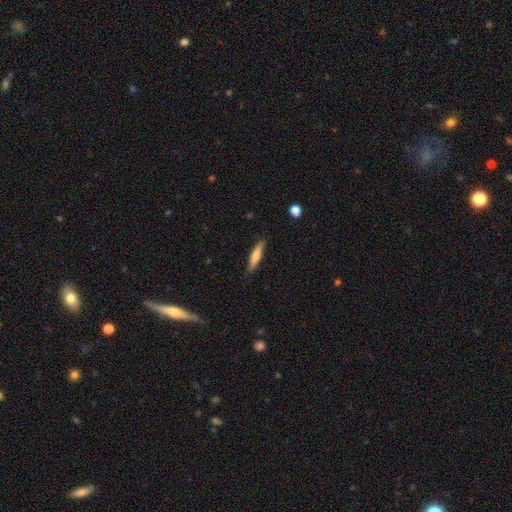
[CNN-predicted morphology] This appears to be a smooth galaxy with no disk features (67%) that is cigar-shaped (86%). Merging: none (85%).